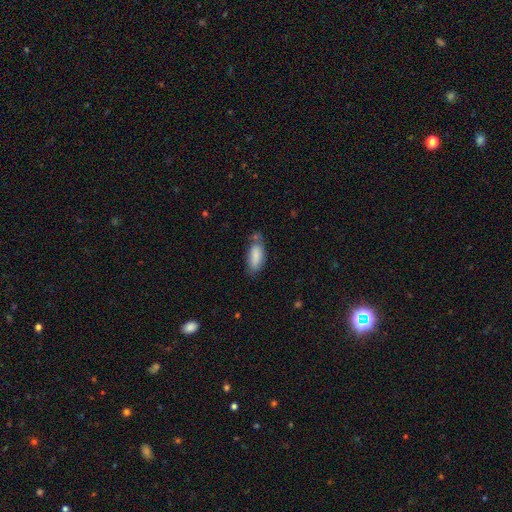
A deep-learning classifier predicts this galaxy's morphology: Overall: smooth (83%). How rounded: in between (79%). Merging: none (58%; minor disturbance 25%).